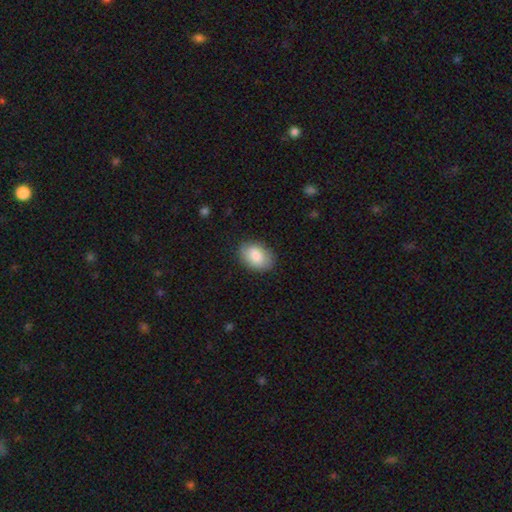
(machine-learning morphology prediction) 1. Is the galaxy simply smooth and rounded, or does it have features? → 86% smooth, 8% featured or disk, 6% star or artifact.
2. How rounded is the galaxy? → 86% in between, 13% round, 1% cigar-shaped.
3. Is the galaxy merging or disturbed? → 84% none, 12% minor disturbance, 3% major disturbance, 1% merger.